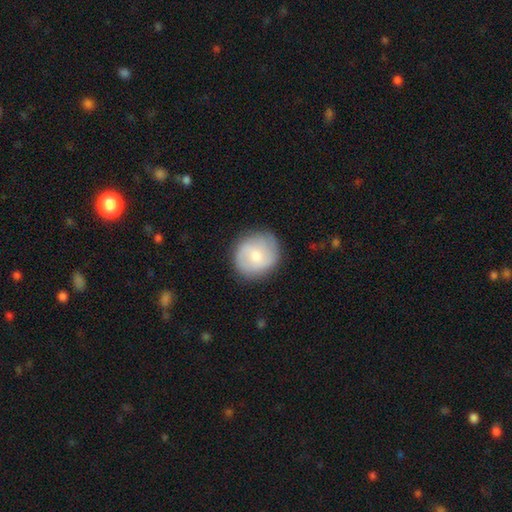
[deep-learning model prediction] smooth_or_featured: smooth (p=0.60) [alt: featured or disk p=0.34]
how_rounded: round (p=0.86) [alt: in between p=0.13]
merging: none (p=0.82) [alt: minor disturbance p=0.13]